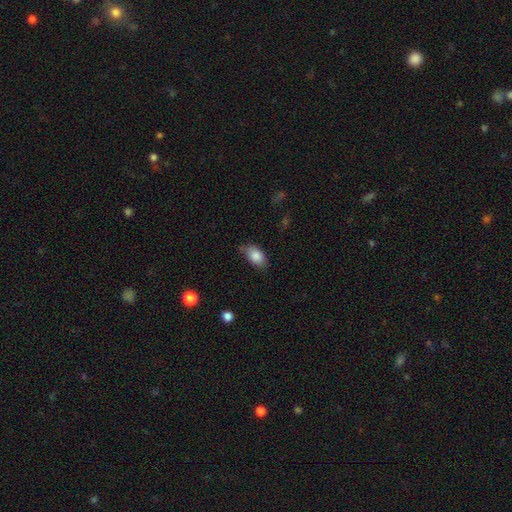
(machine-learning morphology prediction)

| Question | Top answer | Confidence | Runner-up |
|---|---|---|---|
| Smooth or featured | smooth | 86% | star or artifact (7%) |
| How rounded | in between | 90% | round (7%) |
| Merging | none | 66% | minor disturbance (27%) |